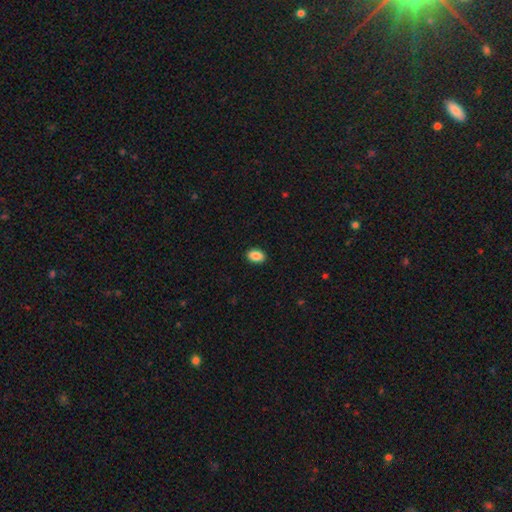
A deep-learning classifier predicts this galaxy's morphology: Smooth or featured?
  - smooth: 89% *
  - star or artifact: 8%
  - featured or disk: 4%
How rounded?
  - in between: 84% *
  - round: 15%
  - cigar-shaped: 1%
Merging?
  - none: 91% *
  - minor disturbance: 7%
  - major disturbance: 2%
  - merger: 1%